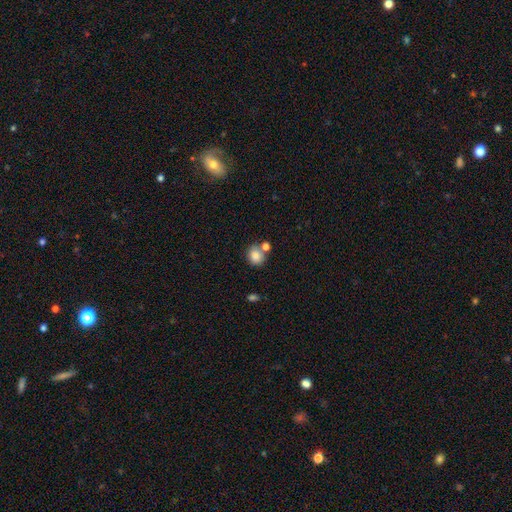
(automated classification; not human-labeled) A smooth galaxy with no disk features (83%) that is round (79%). Merging: none (61%).